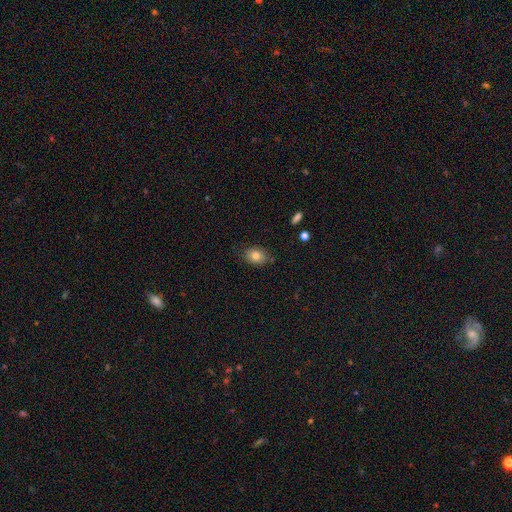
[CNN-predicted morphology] A smooth galaxy with no disk features (80%) that is in between round and cigar-shaped (64%). Merging: none (77%).